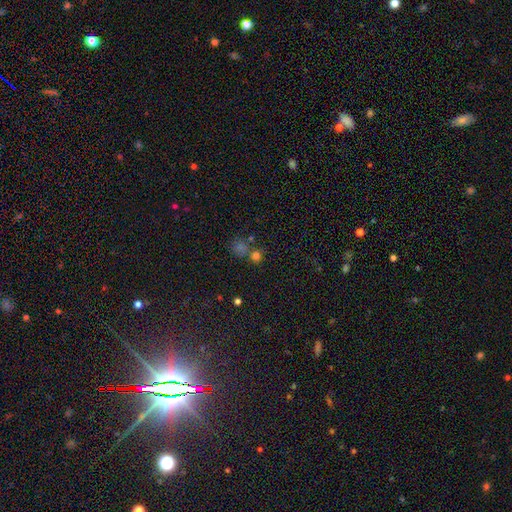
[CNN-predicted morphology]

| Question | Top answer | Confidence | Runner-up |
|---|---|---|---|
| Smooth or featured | smooth | 68% | star or artifact (25%) |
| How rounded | round | 87% | in between (12%) |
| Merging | none | 63% | merger (24%) |